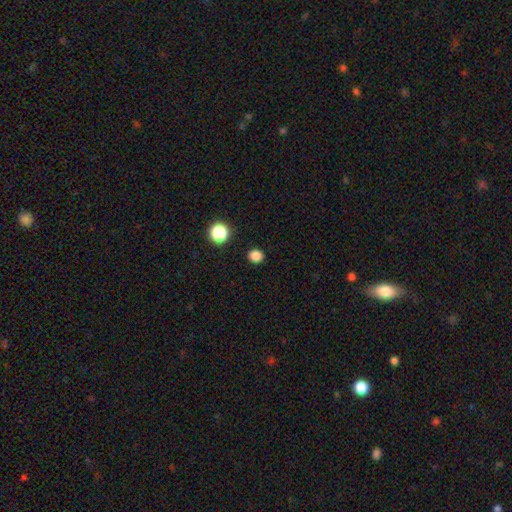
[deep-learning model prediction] smooth_or_featured: smooth (p=0.84) [alt: star or artifact p=0.13]
how_rounded: round (p=0.83) [alt: in between p=0.17]
merging: none (p=0.91) [alt: minor disturbance p=0.06]